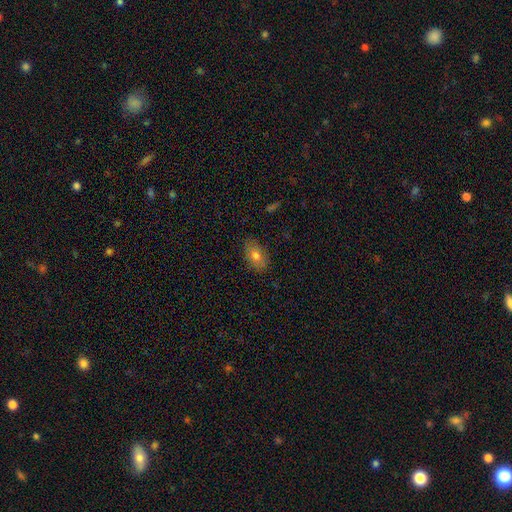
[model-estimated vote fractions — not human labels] Smooth or featured? smooth (76%)
How rounded? in between (88%)
Merging? none (83%)